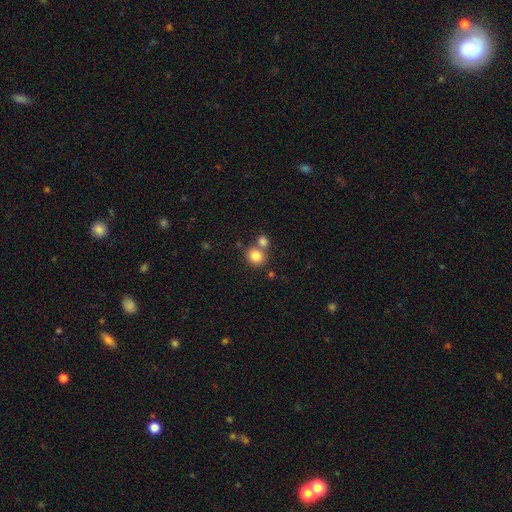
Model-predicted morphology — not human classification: Smooth or featured? Predicted: smooth (p=0.82). How rounded? Predicted: round (p=0.74). Merging? Predicted: none (p=0.56).